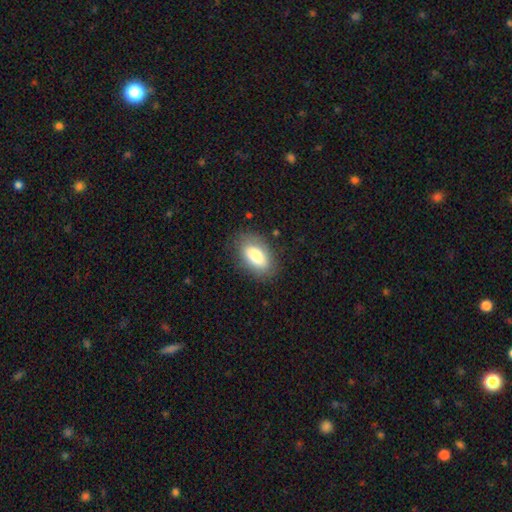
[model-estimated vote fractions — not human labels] smooth_or_featured: smooth (p=0.79) [alt: featured or disk p=0.13]
how_rounded: in between (p=0.91) [alt: round p=0.06]
merging: none (p=0.82) [alt: minor disturbance p=0.13]